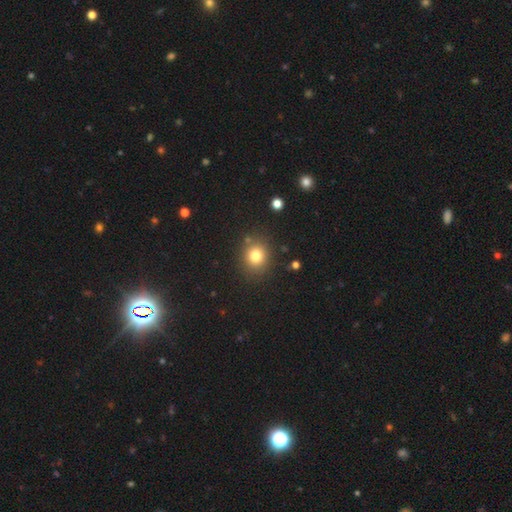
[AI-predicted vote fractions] Q: Smooth or featured?
A: smooth (80%); runner-up: star or artifact (13%)
Q: How rounded?
A: round (81%); runner-up: in between (18%)
Q: Merging?
A: none (84%); runner-up: minor disturbance (9%)